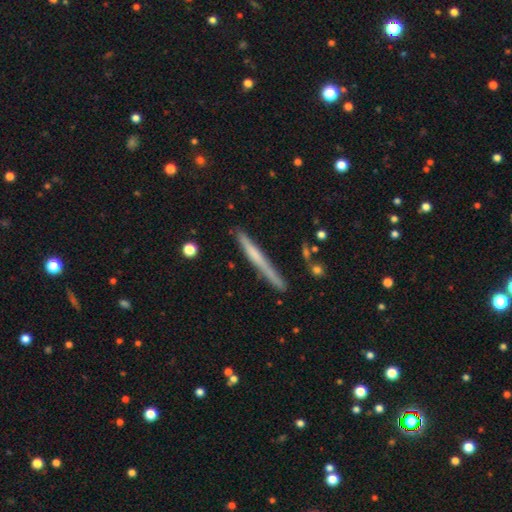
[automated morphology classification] A smooth galaxy with no disk features (49%). Merging: none (83%).